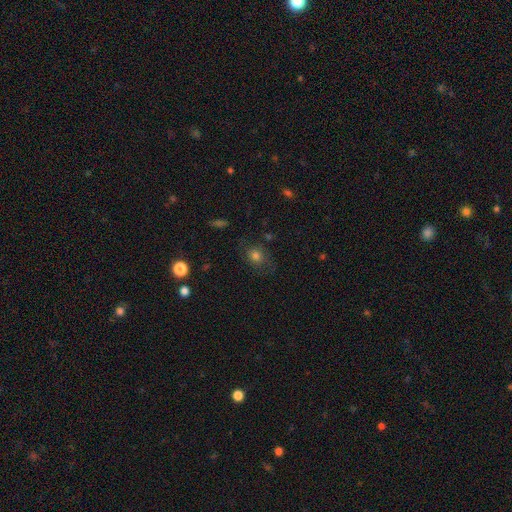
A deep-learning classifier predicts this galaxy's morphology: smooth 70%, star or artifact 16%, featured or disk 15%. Down the decision tree: how rounded — round (61%); merging — none (68%).